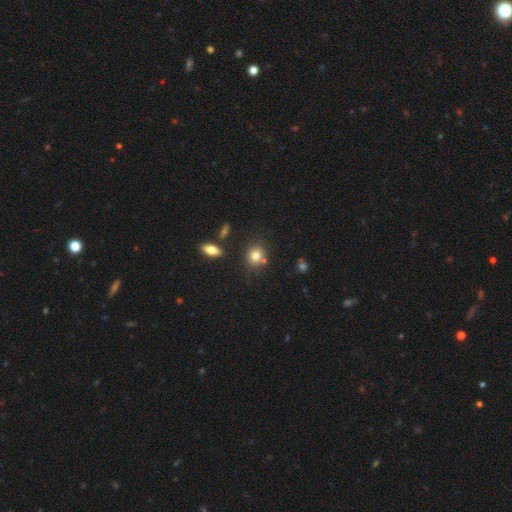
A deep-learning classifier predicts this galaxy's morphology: Smooth or featured? Predicted: smooth (p=0.79). How rounded? Predicted: round (p=0.66). Merging? Predicted: none (p=0.73).